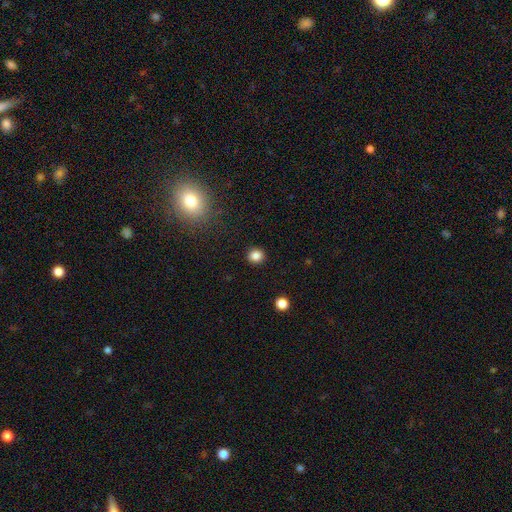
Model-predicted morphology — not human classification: Q: Smooth or featured?
A: smooth (85%); runner-up: star or artifact (12%)
Q: How rounded?
A: round (87%); runner-up: in between (12%)
Q: Merging?
A: none (91%); runner-up: minor disturbance (5%)